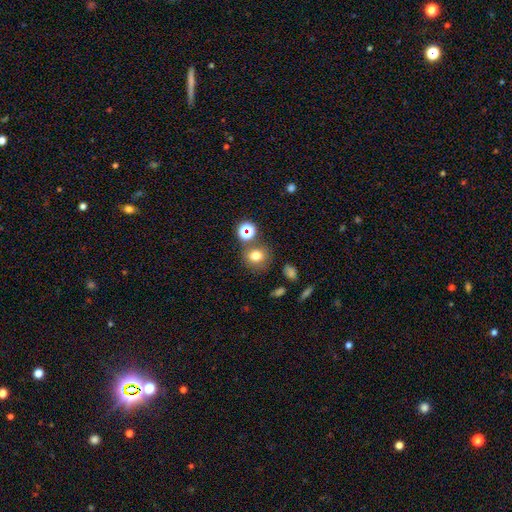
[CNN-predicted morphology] Smooth or featured?
  - smooth: 72% *
  - star or artifact: 18%
  - featured or disk: 10%
How rounded?
  - round: 77% *
  - in between: 22%
  - cigar-shaped: 1%
Merging?
  - none: 72% *
  - merger: 12%
  - minor disturbance: 11%
  - major disturbance: 5%